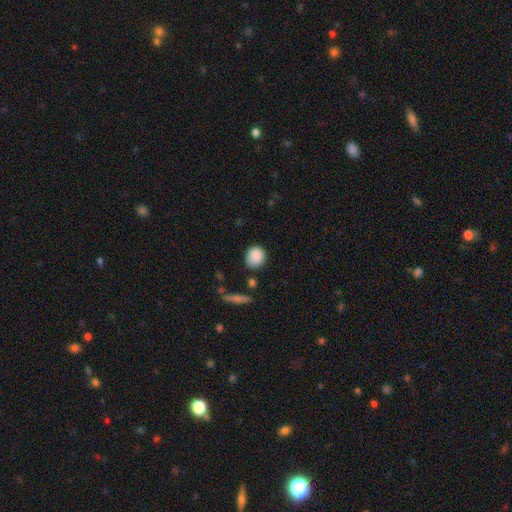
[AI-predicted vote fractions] Morphology: type=smooth (87%); roundness=round (78%); merging=none (77%).